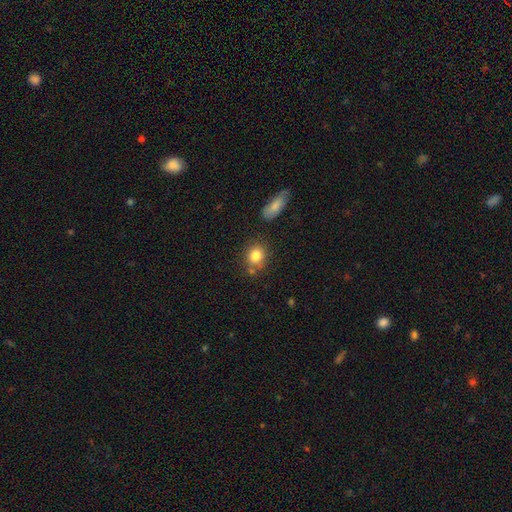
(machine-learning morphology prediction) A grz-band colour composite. It shows a smooth galaxy with no disk features (82%) that is round (70%). Merging: none (74%).